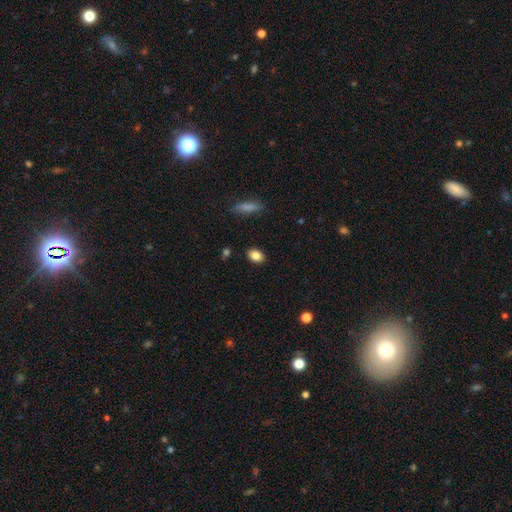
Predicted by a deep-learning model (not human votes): smooth_or_featured: smooth (p=0.84) [alt: star or artifact p=0.09]
how_rounded: in between (p=0.83) [alt: round p=0.15]
merging: none (p=0.88) [alt: minor disturbance p=0.09]